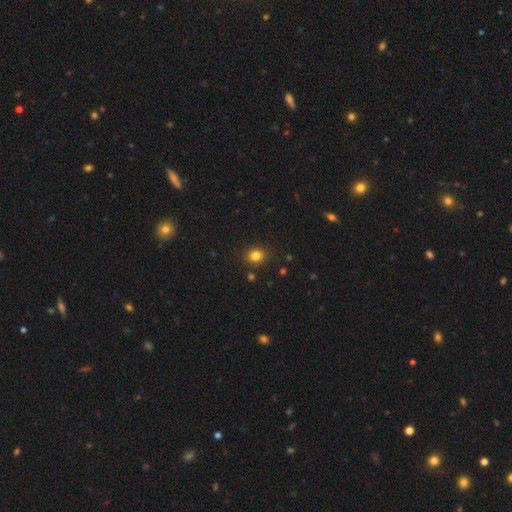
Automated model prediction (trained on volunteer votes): This is clearly a smooth galaxy (82%). How rounded: likely round (69%). Merging: clearly none (88%).